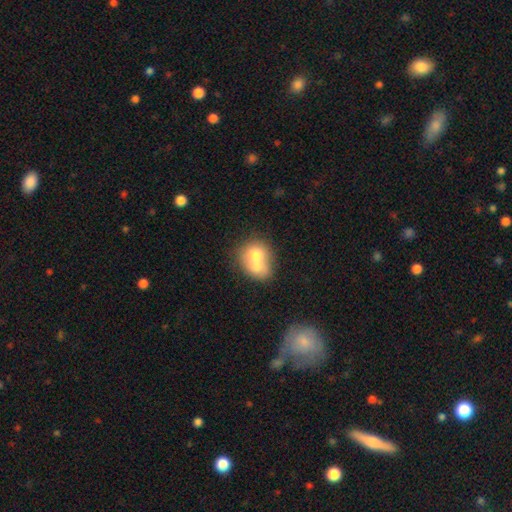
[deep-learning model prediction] The model was most divided on "how rounded": round: 64%, in between: 35%, cigar-shaped: 1%. More confident: merging — merger (70%); smooth or featured — smooth (66%).